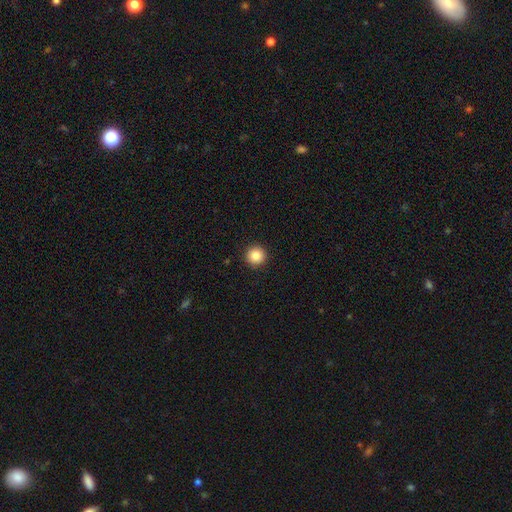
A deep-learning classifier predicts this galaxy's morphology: Smooth or featured? smooth (85%)
How rounded? round (96%)
Merging? none (93%)